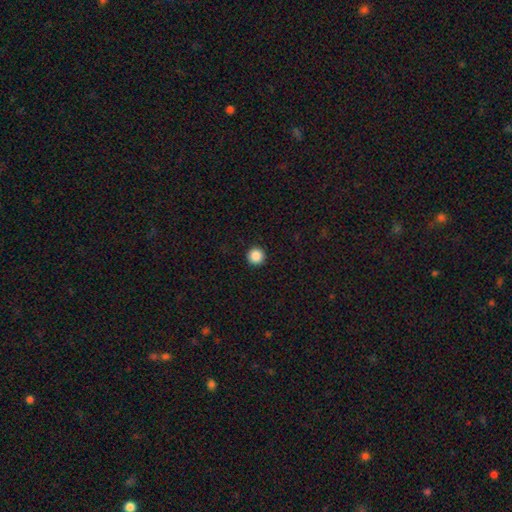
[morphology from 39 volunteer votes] This appears to be a smooth galaxy with no disk features (87%) that is round (100%). Merging: none (84%).